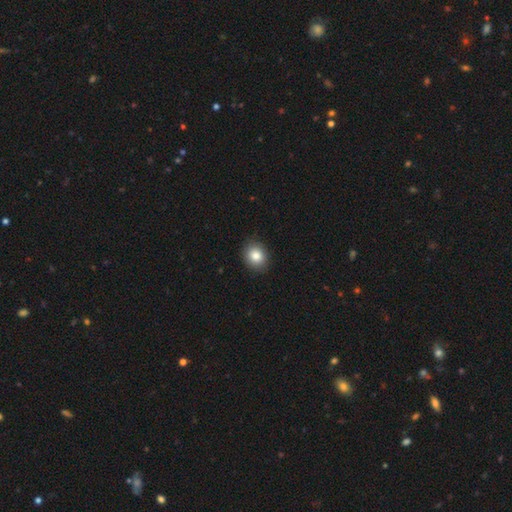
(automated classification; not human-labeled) This is clearly a smooth galaxy (84%). How rounded: likely round (64%). Merging: clearly none (89%).